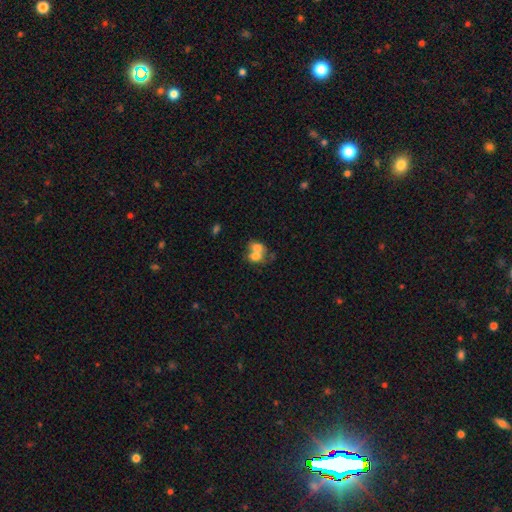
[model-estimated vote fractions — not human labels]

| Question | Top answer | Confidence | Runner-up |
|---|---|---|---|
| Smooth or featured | smooth | 67% | featured or disk (23%) |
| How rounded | round | 52% | in between (47%) |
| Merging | merger | 70% | none (20%) |